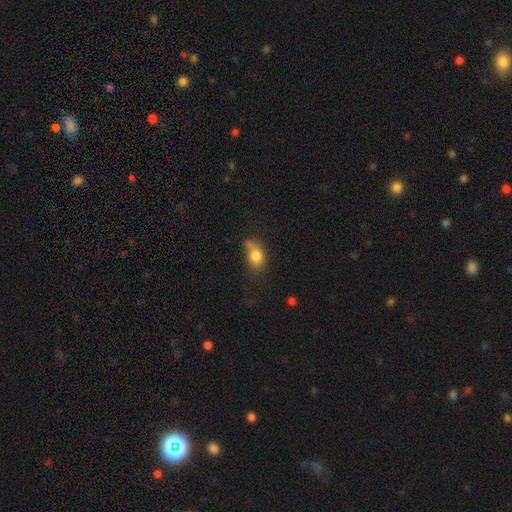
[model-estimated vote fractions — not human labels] A smooth galaxy with no disk features (79%) that is in between round and cigar-shaped (67%).

Vote fractions:
- Smooth or featured? smooth: 79% / featured or disk: 11% / star or artifact: 10%
- How rounded? in between: 67% / round: 30% / cigar-shaped: 3%
- Merging? none: 40% / minor disturbance: 31% / major disturbance: 16% / merger: 13%